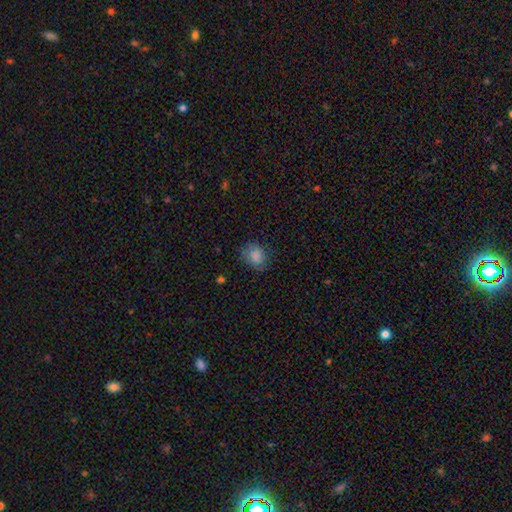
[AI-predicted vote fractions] Morphology: type=smooth (84%); roundness=round (57%); merging=none (72%).